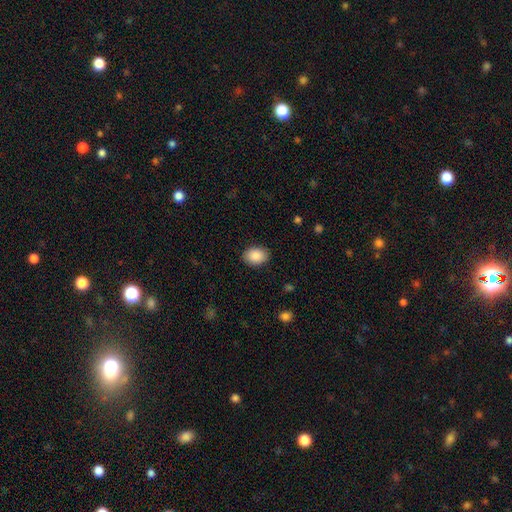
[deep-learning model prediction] smooth_or_featured: smooth (p=0.89) [alt: star or artifact p=0.07]
how_rounded: in between (p=0.76) [alt: round p=0.23]
merging: none (p=0.87) [alt: minor disturbance p=0.09]